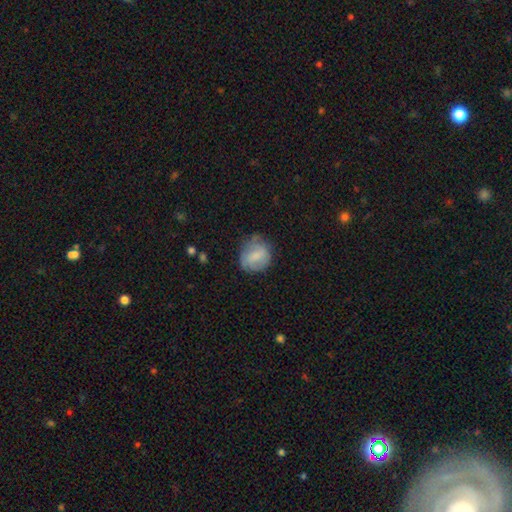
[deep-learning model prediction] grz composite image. It shows a smooth galaxy with no disk features (71%) that is round (69%). Merging: none (61%).